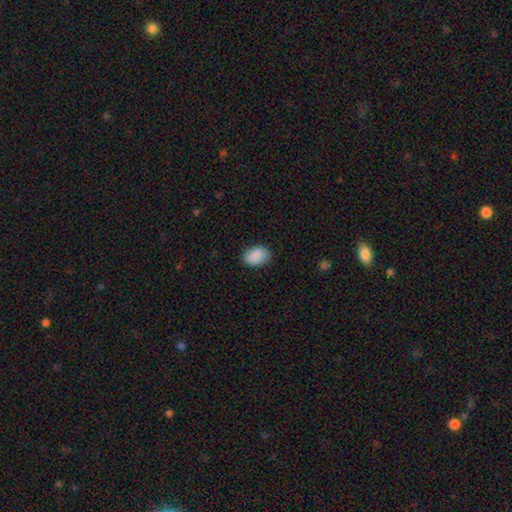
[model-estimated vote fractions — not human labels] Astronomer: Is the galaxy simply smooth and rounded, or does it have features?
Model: smooth — 90%.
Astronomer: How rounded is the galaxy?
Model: in between — 84%.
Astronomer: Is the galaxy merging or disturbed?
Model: none — 85%.